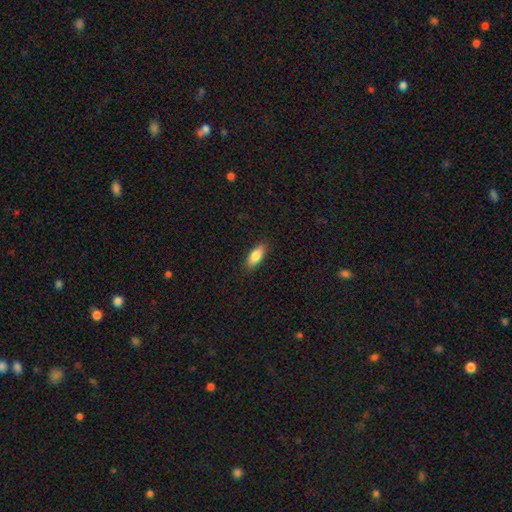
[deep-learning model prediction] A smooth galaxy with no disk features (84%) that is in between round and cigar-shaped (76%). Merging: none (87%).